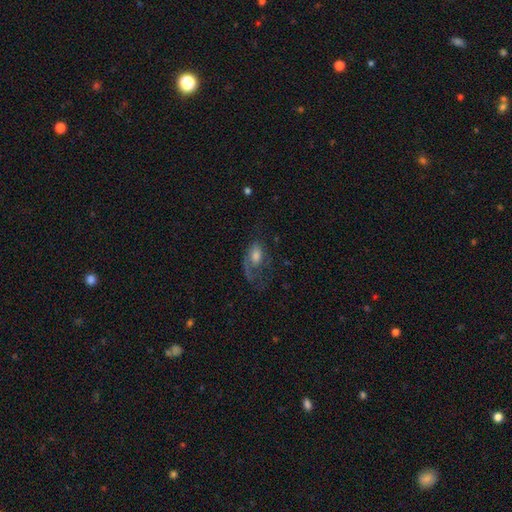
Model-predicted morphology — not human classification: smooth_or_featured: featured or disk (p=0.53) [alt: smooth p=0.36]
disk_edge_on: no (p=0.93) [alt: yes p=0.07]
merging: major disturbance (p=0.41) [alt: none p=0.37]